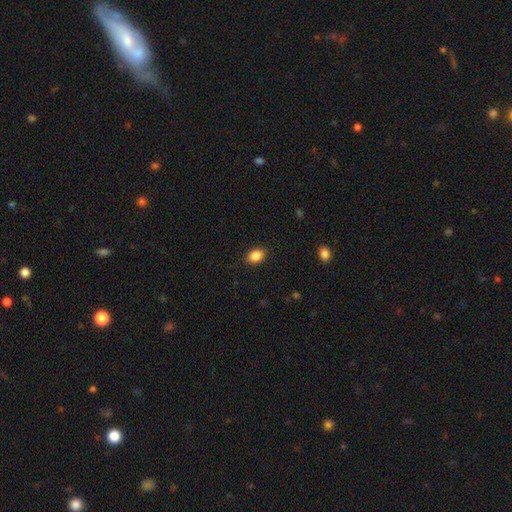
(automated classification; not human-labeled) Overall: smooth (87%). How rounded: in between (82%). Merging: none (89%).